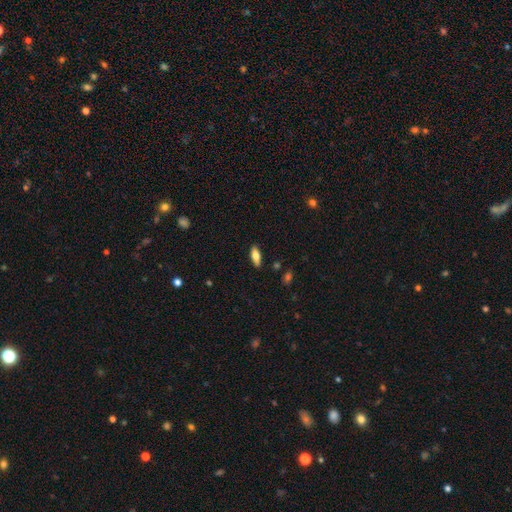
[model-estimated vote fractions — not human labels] Smooth or featured? smooth (71%)
How rounded? in between (70%)
Merging? none (86%)